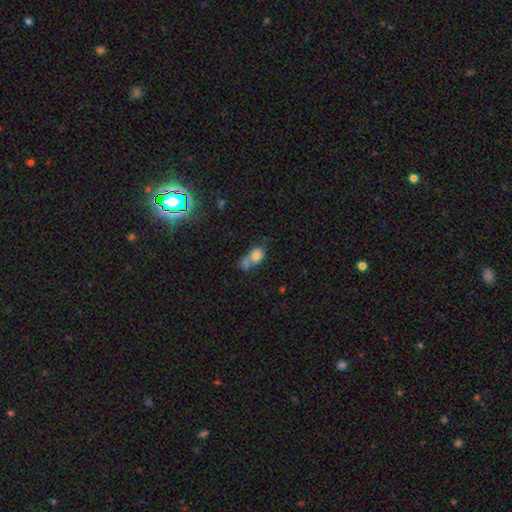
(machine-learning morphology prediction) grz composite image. It shows a smooth galaxy with no disk features (76%) that is in between round and cigar-shaped (65%). Merging: merger (56%).